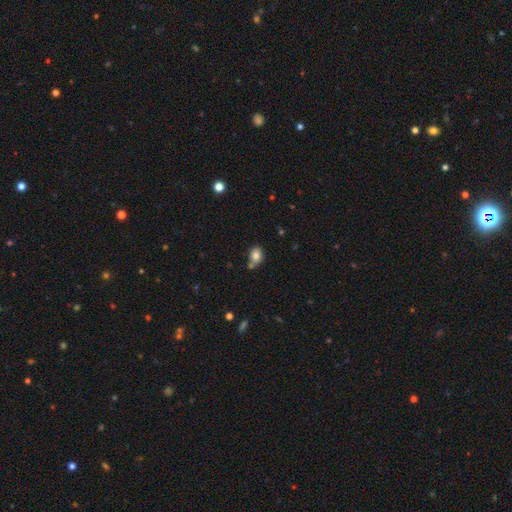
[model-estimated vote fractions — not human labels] smooth-or-featured: smooth: 82% | star or artifact: 11% | featured or disk: 8%
  how-rounded: in between: 55% | round: 44% | cigar-shaped: 1%
  merging: none: 63% | merger: 18% | minor disturbance: 16% | major disturbance: 4%